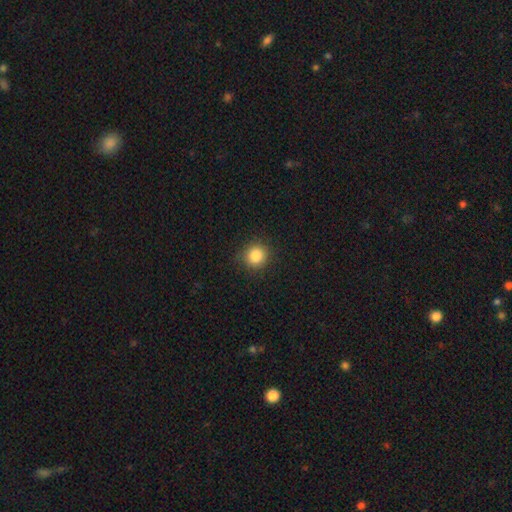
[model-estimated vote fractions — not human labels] The model was most divided on "smooth or featured": smooth: 85%, star or artifact: 10%, featured or disk: 5%. More confident: how rounded — round (90%); merging — none (88%).